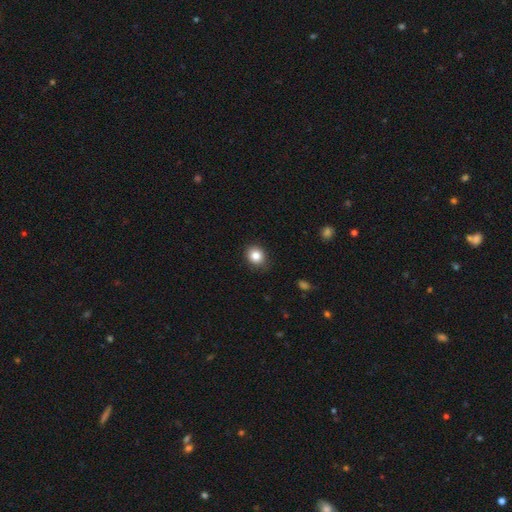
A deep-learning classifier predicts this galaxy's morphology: The model was most divided on "how rounded": round: 69%, in between: 31%, cigar-shaped: 1%. More confident: merging — none (85%); smooth or featured — smooth (84%).